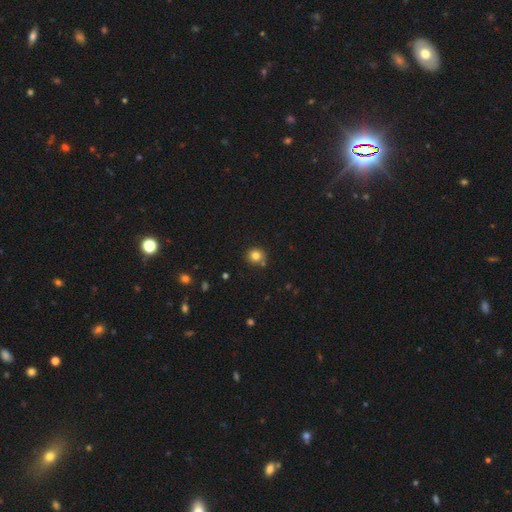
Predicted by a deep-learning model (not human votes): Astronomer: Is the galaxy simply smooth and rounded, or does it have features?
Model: smooth — 81%.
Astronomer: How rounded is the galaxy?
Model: round — 88%.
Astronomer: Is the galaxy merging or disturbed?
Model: none — 78%.